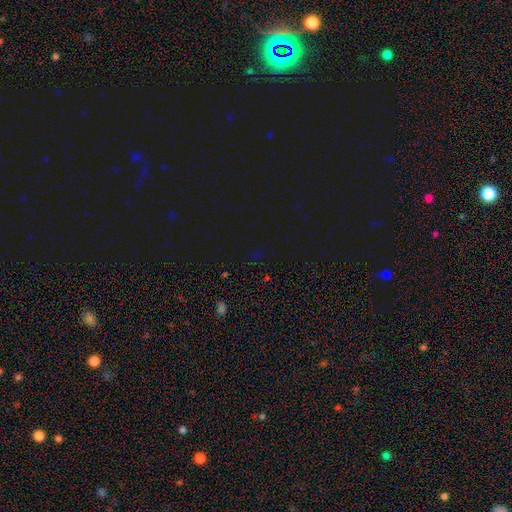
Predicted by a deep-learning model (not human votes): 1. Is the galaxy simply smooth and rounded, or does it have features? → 71% star or artifact, 22% smooth, 7% featured or disk.